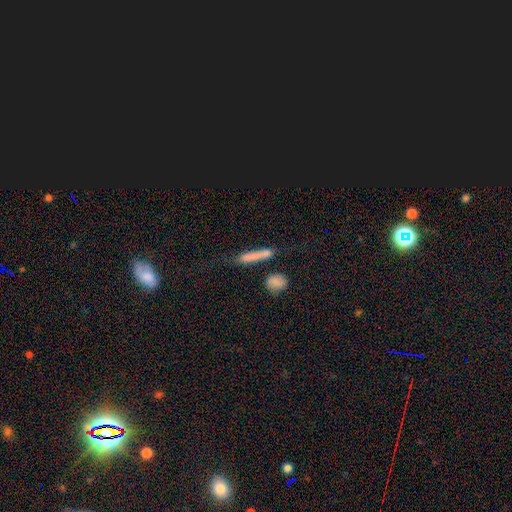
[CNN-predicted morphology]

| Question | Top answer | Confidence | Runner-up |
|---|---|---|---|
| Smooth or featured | smooth | 67% | featured or disk (21%) |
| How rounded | cigar-shaped | 84% | in between (11%) |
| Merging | none | 59% | minor disturbance (18%) |